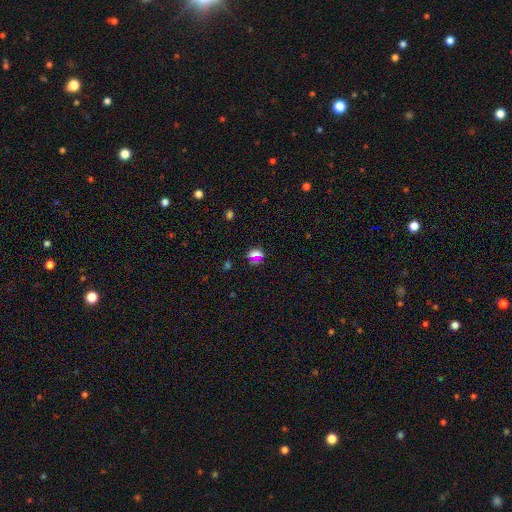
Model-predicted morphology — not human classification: Smooth or featured? smooth (59%)
How rounded? round (61%)
Merging? none (75%)